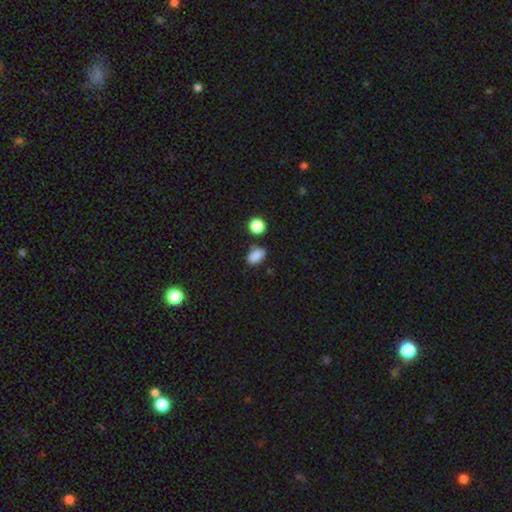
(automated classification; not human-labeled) This appears to be a smooth galaxy with no disk features (85%) that is in between round and cigar-shaped (86%). Merging: none (77%).